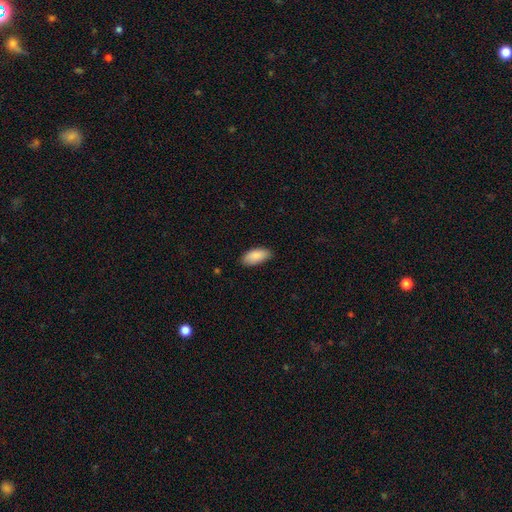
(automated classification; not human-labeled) Morphology: type=smooth (89%); roundness=in between (91%); merging=none (82%).